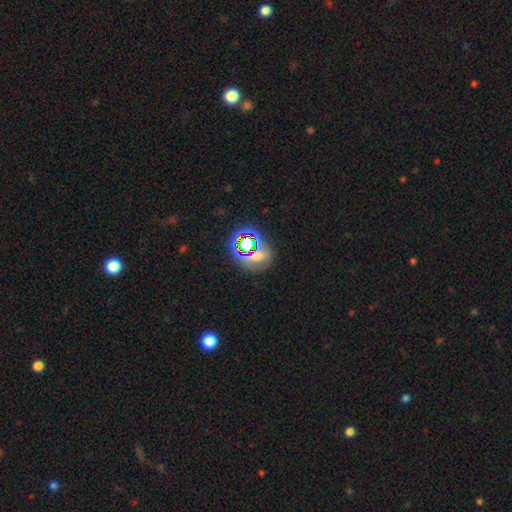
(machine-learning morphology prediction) A star or artifact, not a galaxy (41%, tied with smooth).

Vote fractions:
- Smooth or featured? star or artifact: 41% (tied) / smooth: 41% (tied) / featured or disk: 18%